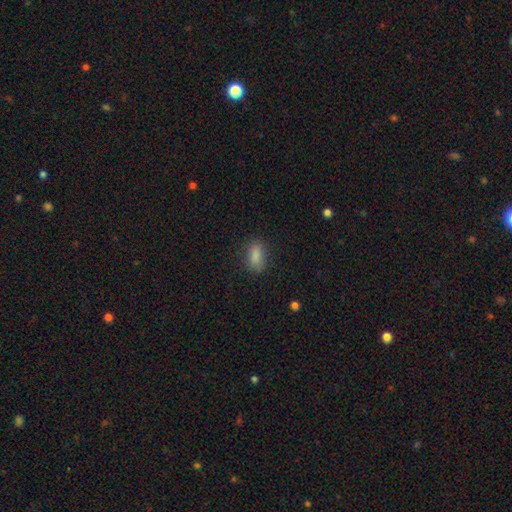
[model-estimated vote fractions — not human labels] Smooth or featured: smooth — 86% (star or artifact — 9%)
How rounded: in between — 86% (round — 8%)
Merging: none — 80% (minor disturbance — 14%)